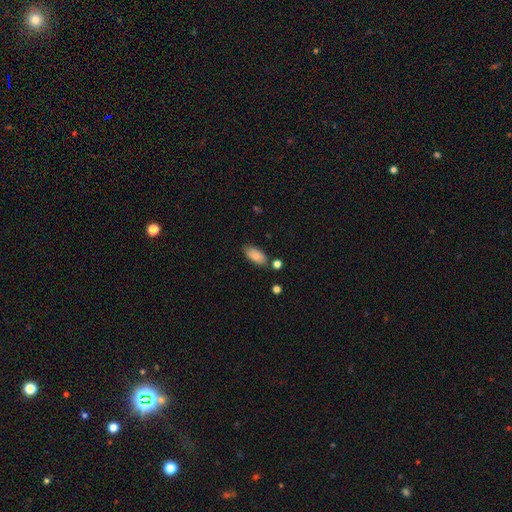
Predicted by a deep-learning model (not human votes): smooth-or-featured: smooth: 81% | featured or disk: 12% | star or artifact: 7%
  how-rounded: in between: 91% | cigar-shaped: 6% | round: 3%
  merging: none: 74% | minor disturbance: 18% | merger: 5% | major disturbance: 4%